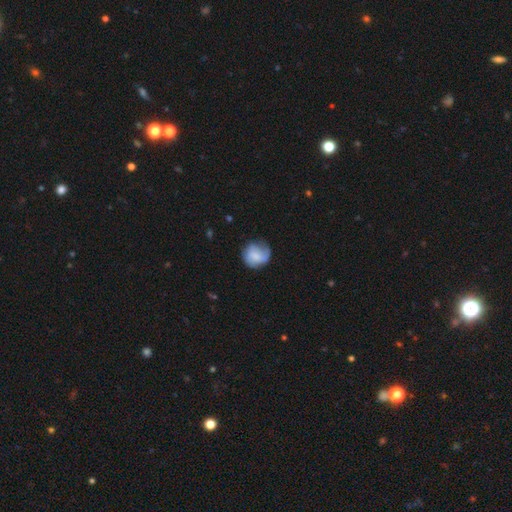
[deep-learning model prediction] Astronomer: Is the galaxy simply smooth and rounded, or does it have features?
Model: smooth — 64%.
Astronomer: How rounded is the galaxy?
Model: round — 82%.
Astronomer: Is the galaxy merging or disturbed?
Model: none — 56%.